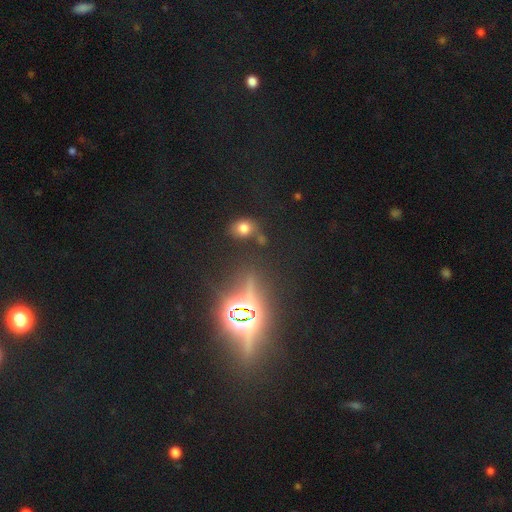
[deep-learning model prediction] The model was most divided on "smooth or featured": star or artifact: 52%, featured or disk: 31%, smooth: 17%.